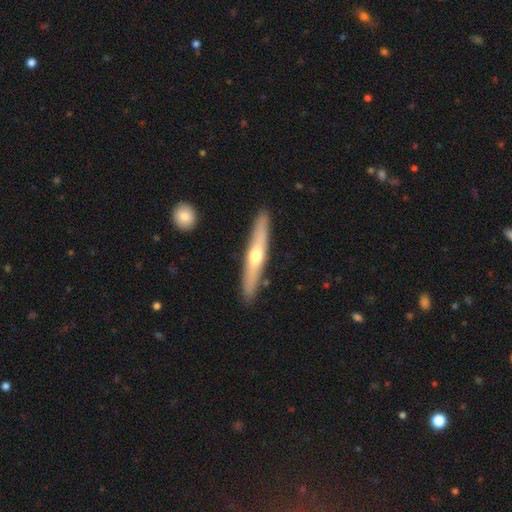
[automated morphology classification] A featured or disk galaxy (61%) viewed edge-on (92%) with a rounded central bulge (86%). Merging: none (90%).